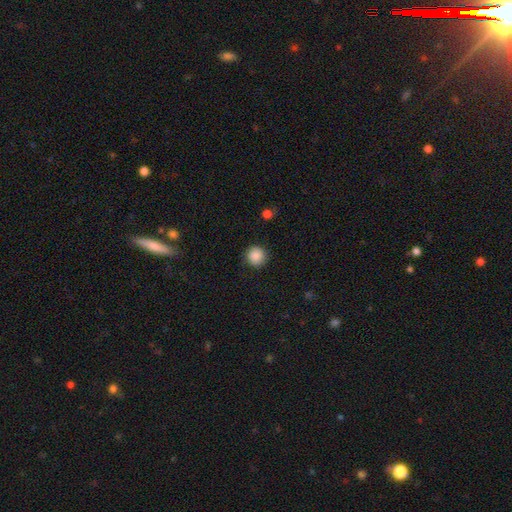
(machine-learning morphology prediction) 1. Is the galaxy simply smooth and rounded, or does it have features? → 87% smooth, 9% star or artifact, 4% featured or disk.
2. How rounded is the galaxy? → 94% round, 5% in between, 1% cigar-shaped.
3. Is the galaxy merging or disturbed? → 89% none, 7% minor disturbance, 2% major disturbance, 1% merger.